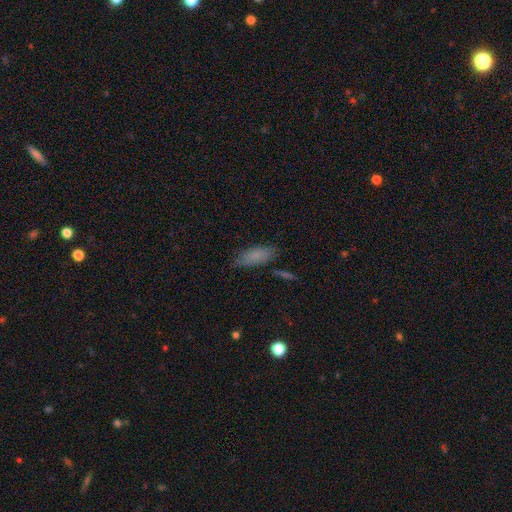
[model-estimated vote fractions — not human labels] smooth-or-featured: smooth: 79% | featured or disk: 13% | star or artifact: 8%
  how-rounded: in between: 72% | cigar-shaped: 26% | round: 2%
  merging: none: 76% | minor disturbance: 17% | major disturbance: 4% | merger: 3%